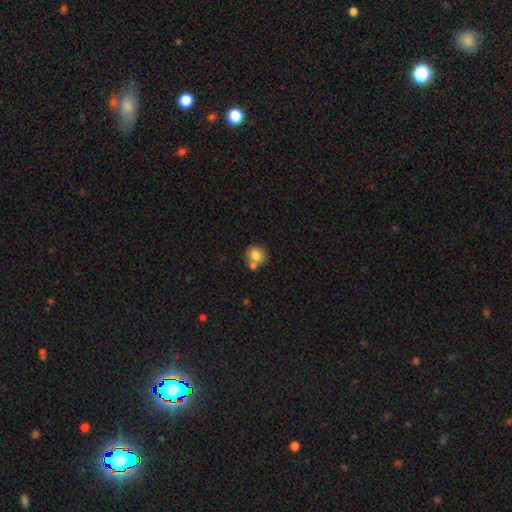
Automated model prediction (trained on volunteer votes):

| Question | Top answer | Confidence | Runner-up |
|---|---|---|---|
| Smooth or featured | smooth | 81% | featured or disk (10%) |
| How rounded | round | 81% | in between (18%) |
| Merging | none | 56% | merger (29%) |